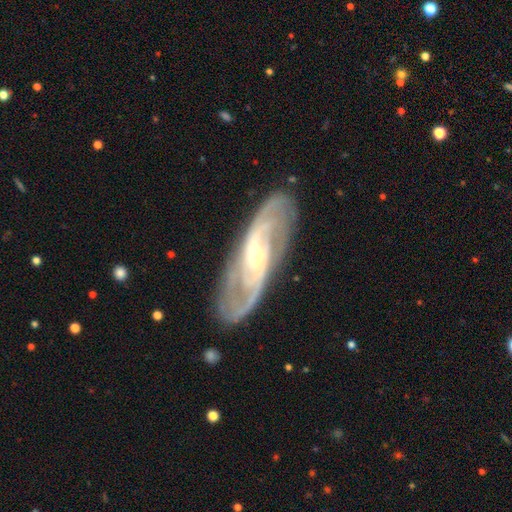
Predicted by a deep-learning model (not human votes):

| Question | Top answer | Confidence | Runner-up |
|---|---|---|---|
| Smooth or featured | featured or disk | 87% | smooth (8%) |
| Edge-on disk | no | 88% | yes (12%) |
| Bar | no | 47% | weak (36%) |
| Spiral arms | yes | 95% | no (5%) |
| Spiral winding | medium | 44% | tight (39%) |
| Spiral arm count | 2 | 62% | can't tell (18%) |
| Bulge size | small | 67% | moderate (29%) |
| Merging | none | 82% | minor disturbance (13%) |